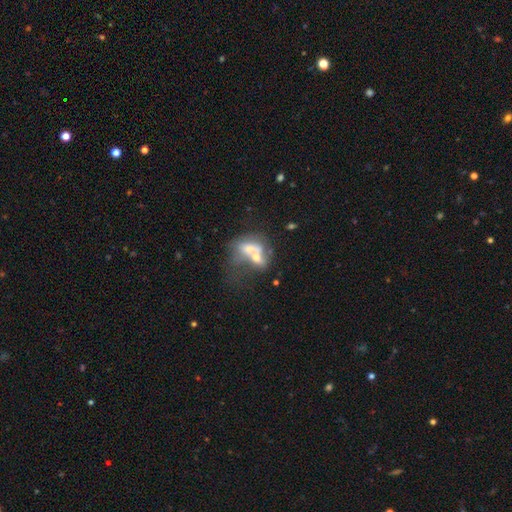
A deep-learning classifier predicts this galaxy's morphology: Overall: smooth (47%; featured or disk 41%). Merging: merger (70%).